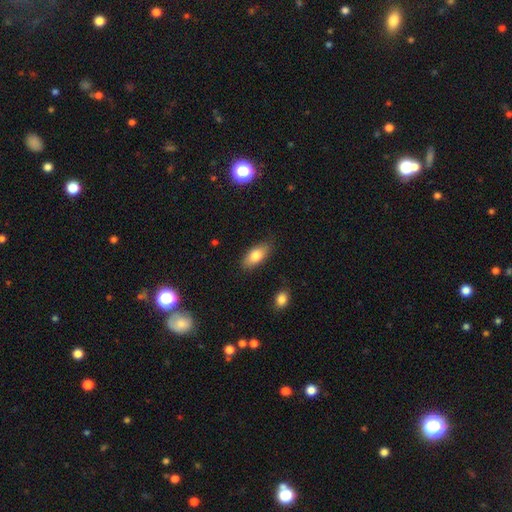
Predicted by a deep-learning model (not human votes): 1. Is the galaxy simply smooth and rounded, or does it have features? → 80% smooth, 13% featured or disk, 7% star or artifact.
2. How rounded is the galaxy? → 87% in between, 9% cigar-shaped, 4% round.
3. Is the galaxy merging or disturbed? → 81% none, 15% minor disturbance, 3% major disturbance, 2% merger.